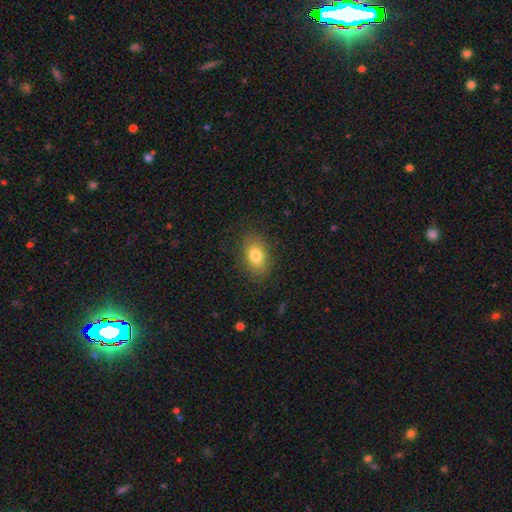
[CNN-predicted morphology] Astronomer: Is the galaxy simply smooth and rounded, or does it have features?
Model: smooth — 80%.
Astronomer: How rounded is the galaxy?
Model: in between — 83%.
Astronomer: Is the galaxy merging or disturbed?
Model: none — 84%.